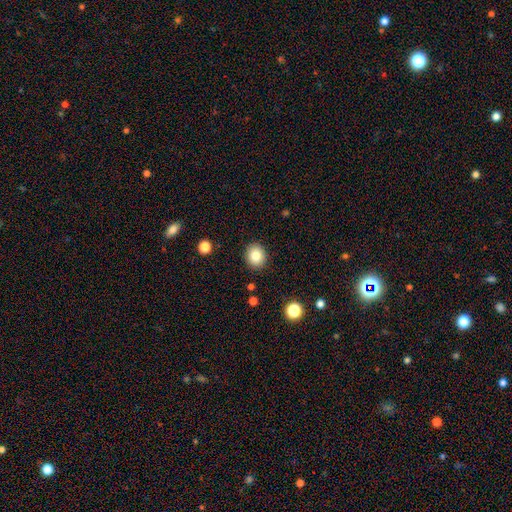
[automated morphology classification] type=smooth (83%); roundness=round (72%); merging=none (89%).